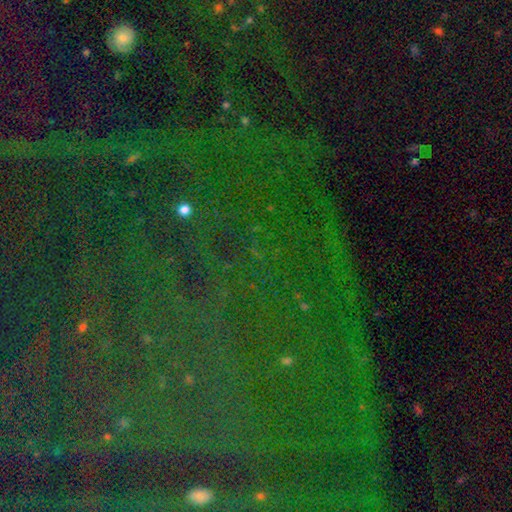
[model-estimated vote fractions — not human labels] Q: Smooth or featured?
A: star or artifact (82%); runner-up: smooth (10%)